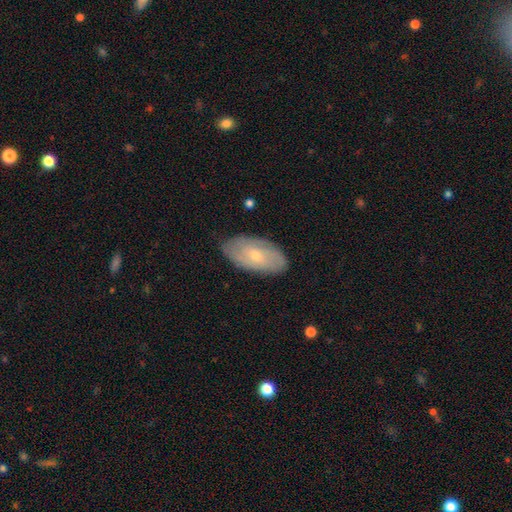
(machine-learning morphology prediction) A featured or disk galaxy (48%). Merging: none (80%).